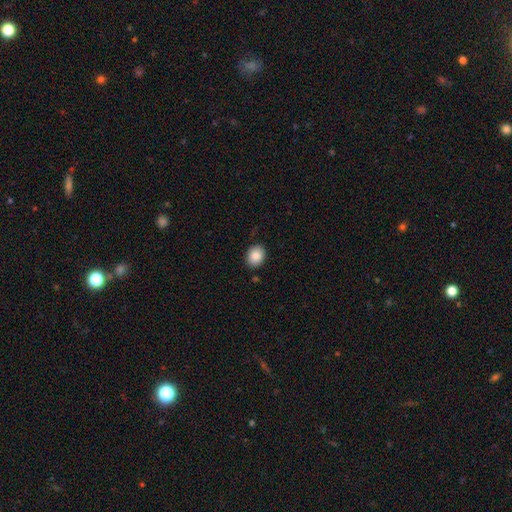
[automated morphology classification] A smooth galaxy with no disk features (88%) that is in between round and cigar-shaped (50%). Merging: none (87%).